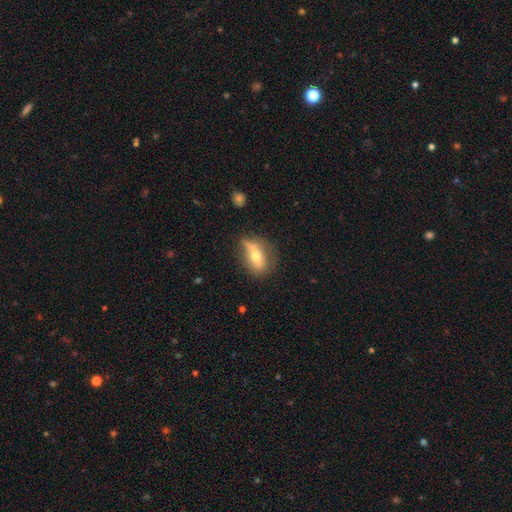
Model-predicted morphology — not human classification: type=featured or disk (46%, tied with smooth); merging=none (55%).